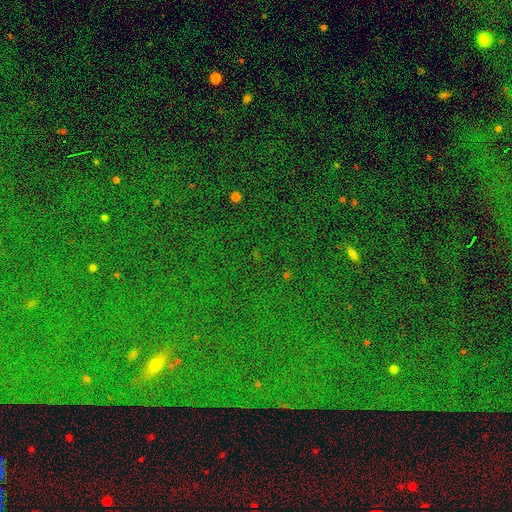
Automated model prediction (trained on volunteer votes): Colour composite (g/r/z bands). It shows a star or artifact, not a galaxy (83%).